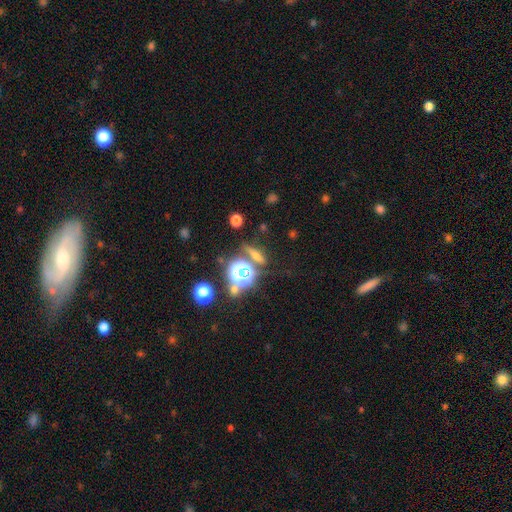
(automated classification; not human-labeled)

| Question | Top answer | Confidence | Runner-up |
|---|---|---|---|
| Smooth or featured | smooth | 44% | star or artifact (33%) |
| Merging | none | 69% | minor disturbance (13%) |